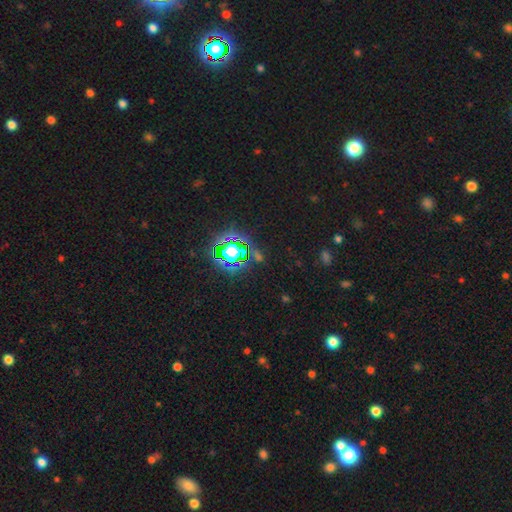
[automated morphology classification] Smooth or featured? Predicted: star or artifact (p=0.76).